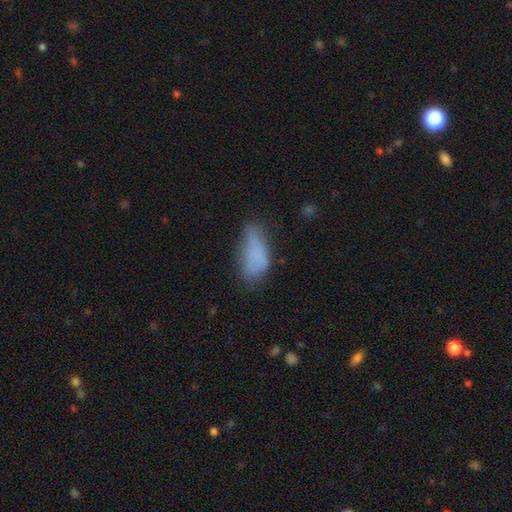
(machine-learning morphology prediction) A smooth galaxy with no disk features (74%) that is in between round and cigar-shaped (85%). Merging: none (40%).